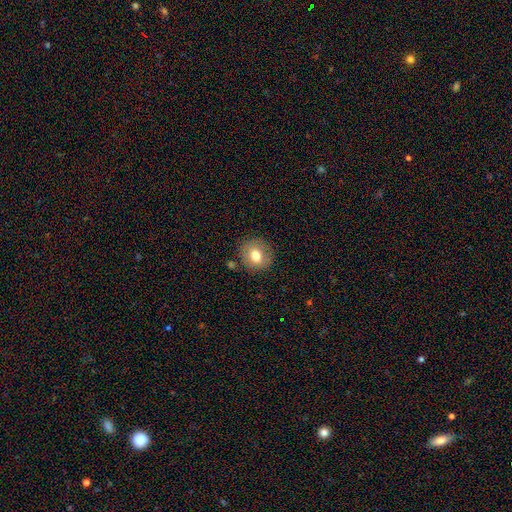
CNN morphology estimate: Smooth or featured? smooth (75%)
How rounded? round (81%)
Merging? none (84%)